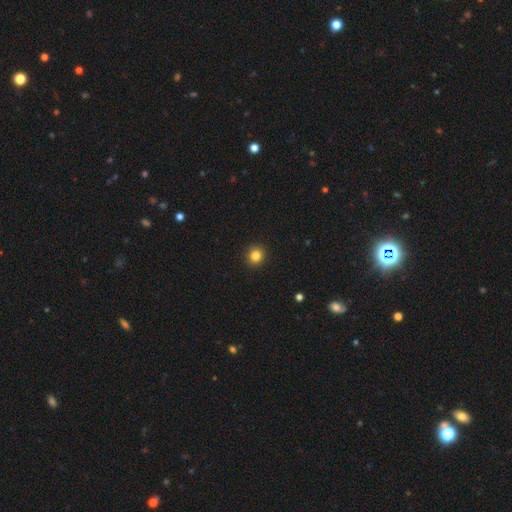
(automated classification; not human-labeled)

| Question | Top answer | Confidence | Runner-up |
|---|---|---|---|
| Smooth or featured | smooth | 84% | star or artifact (11%) |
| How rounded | round | 91% | in between (8%) |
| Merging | none | 93% | minor disturbance (4%) |